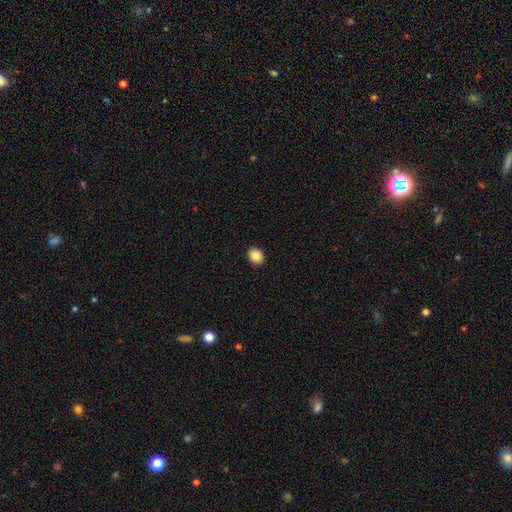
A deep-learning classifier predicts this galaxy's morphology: Smooth or featured? Predicted: smooth (p=0.86). How rounded? Predicted: round (p=0.60). Merging? Predicted: none (p=0.92).